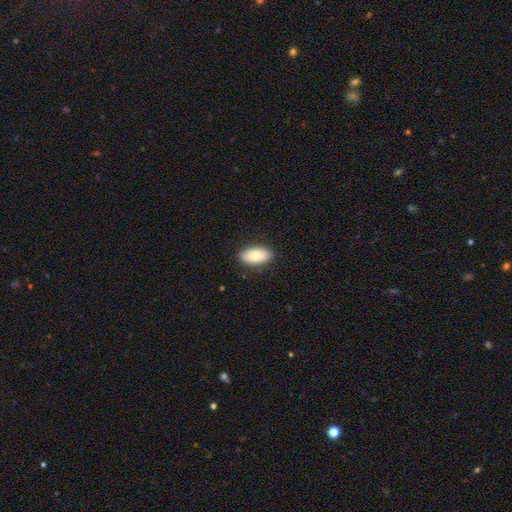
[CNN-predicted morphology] smooth 80%, featured or disk 13%, star or artifact 6%. Down the decision tree: how rounded — in between (93%); merging — none (88%).